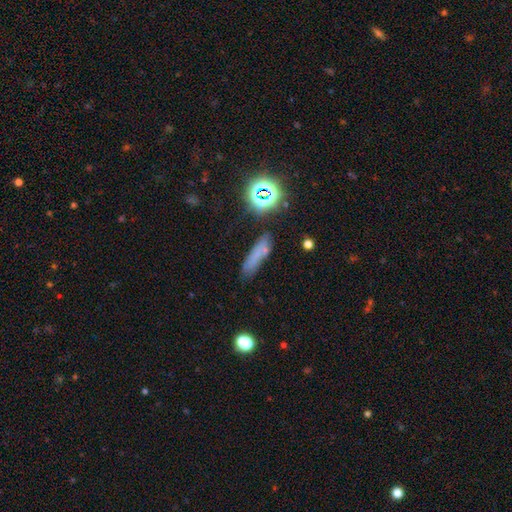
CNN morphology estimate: Smooth or featured? Predicted: smooth (p=0.62). How rounded? Predicted: cigar-shaped (p=0.74). Merging? Predicted: none (p=0.68).